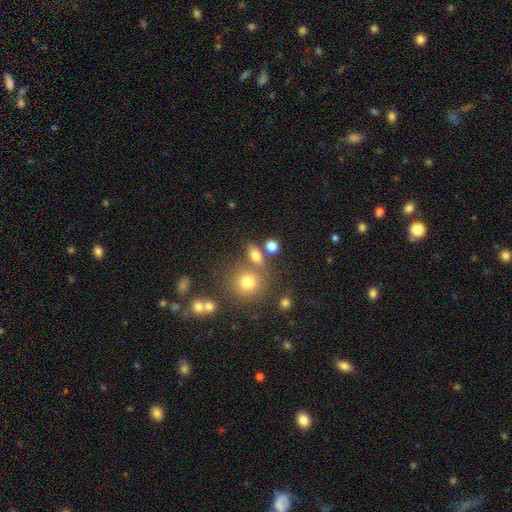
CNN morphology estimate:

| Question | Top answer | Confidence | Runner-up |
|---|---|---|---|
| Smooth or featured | smooth | 74% | star or artifact (15%) |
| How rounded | in between | 63% | round (31%) |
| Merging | none | 64% | merger (19%) |